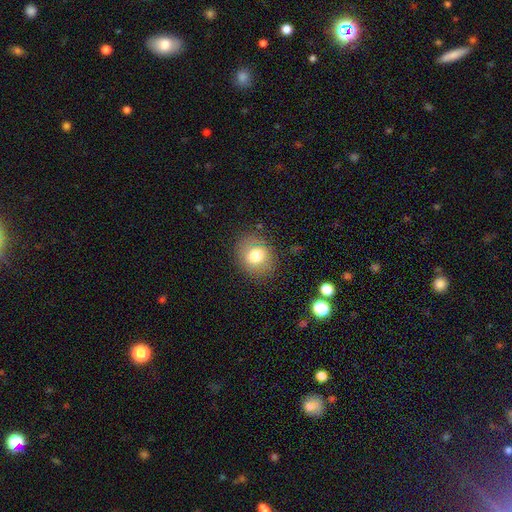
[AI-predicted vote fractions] smooth-or-featured: smooth: 77% | featured or disk: 13% | star or artifact: 10%
  how-rounded: round: 67% | in between: 32% | cigar-shaped: 1%
  merging: none: 80% | minor disturbance: 13% | major disturbance: 5% | merger: 2%